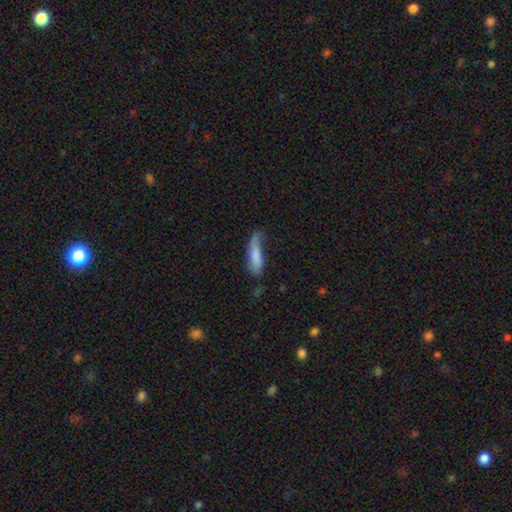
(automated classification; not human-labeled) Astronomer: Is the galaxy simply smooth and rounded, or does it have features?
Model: smooth — 79%.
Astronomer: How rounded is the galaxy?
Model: cigar-shaped — 59% (runner-up: in between, 39%).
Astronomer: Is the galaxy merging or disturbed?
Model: none — 45% (runner-up: minor disturbance, 36%).